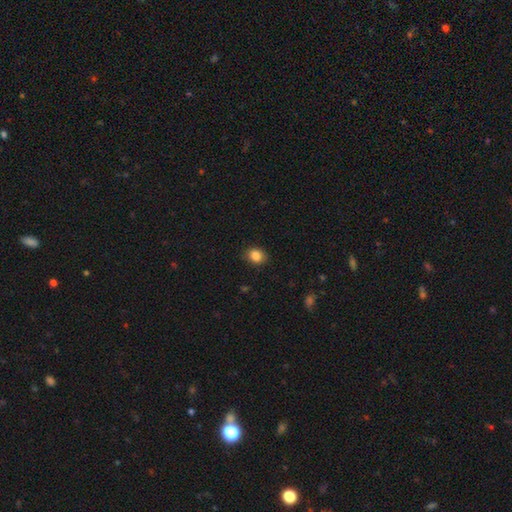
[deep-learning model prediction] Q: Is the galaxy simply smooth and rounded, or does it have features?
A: smooth — 86%.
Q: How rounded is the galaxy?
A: round — 53%.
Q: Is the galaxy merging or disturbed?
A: none — 85%.